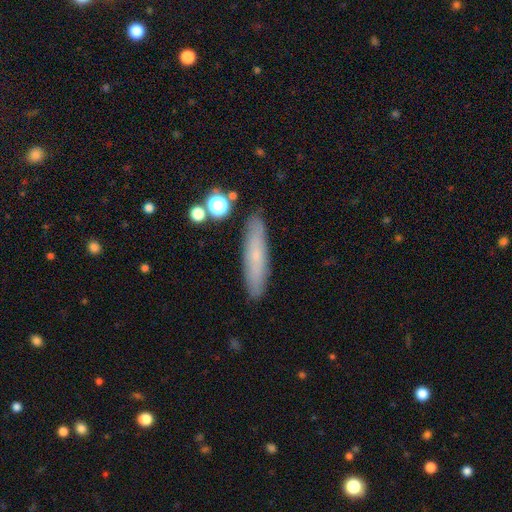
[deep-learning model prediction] Smooth or featured?
  - smooth: 62% *
  - featured or disk: 30%
  - star or artifact: 8%
How rounded?
  - cigar-shaped: 83% *
  - in between: 15%
  - round: 2%
Merging?
  - none: 87% *
  - minor disturbance: 9%
  - merger: 2%
  - major disturbance: 2%